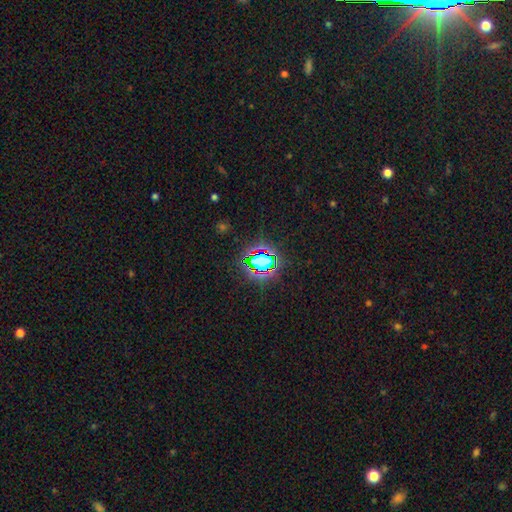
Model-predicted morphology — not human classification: smooth_or_featured: star or artifact (p=0.77) [alt: smooth p=0.15]